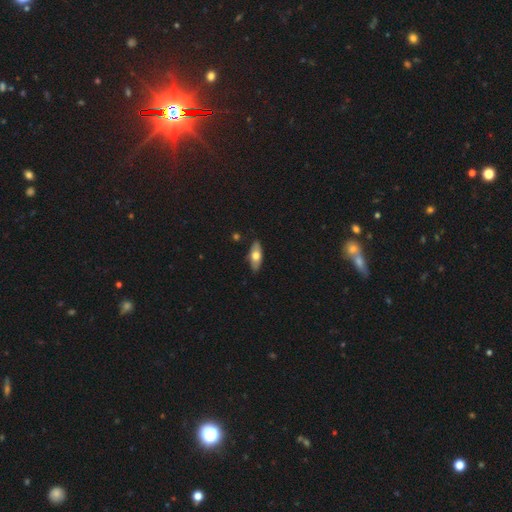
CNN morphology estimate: Q: Smooth or featured?
A: smooth (60%); runner-up: featured or disk (34%)
Q: How rounded?
A: in between (80%); runner-up: cigar-shaped (17%)
Q: Merging?
A: none (86%); runner-up: minor disturbance (11%)